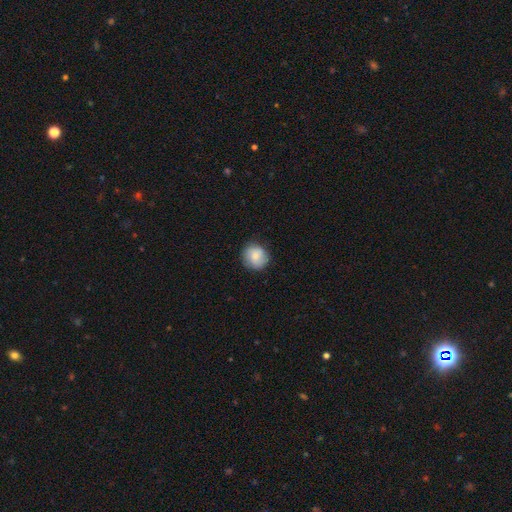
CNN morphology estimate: The model was most divided on "smooth or featured": smooth: 79%, featured or disk: 14%, star or artifact: 7%. More confident: how rounded — round (89%); merging — none (83%).